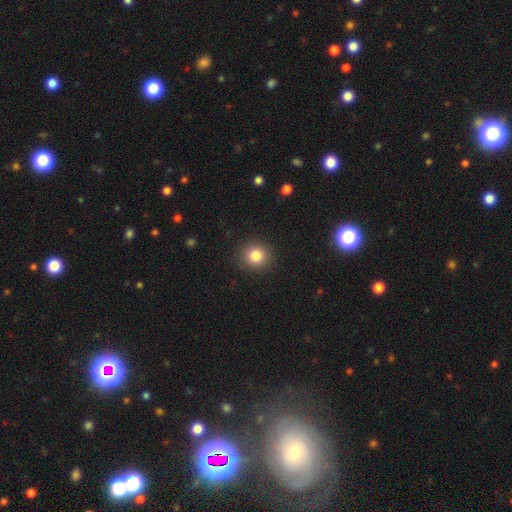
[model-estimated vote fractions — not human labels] Smooth or featured?
  - smooth: 83% *
  - star or artifact: 11%
  - featured or disk: 6%
How rounded?
  - round: 90% *
  - in between: 9%
  - cigar-shaped: 1%
Merging?
  - none: 90% *
  - minor disturbance: 6%
  - major disturbance: 2%
  - merger: 1%